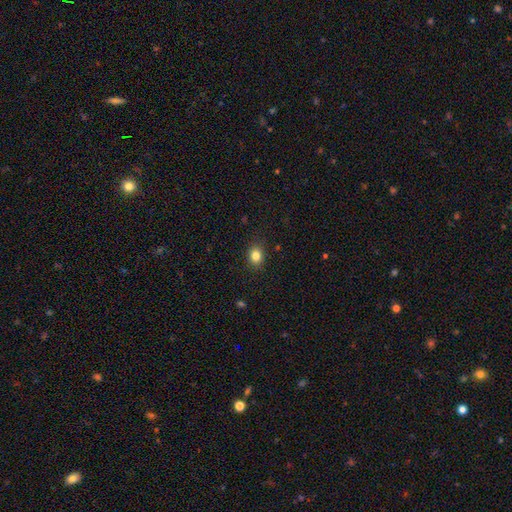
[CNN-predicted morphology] Overall: smooth (83%). How rounded: round (59%; in between 40%). Merging: none (88%).